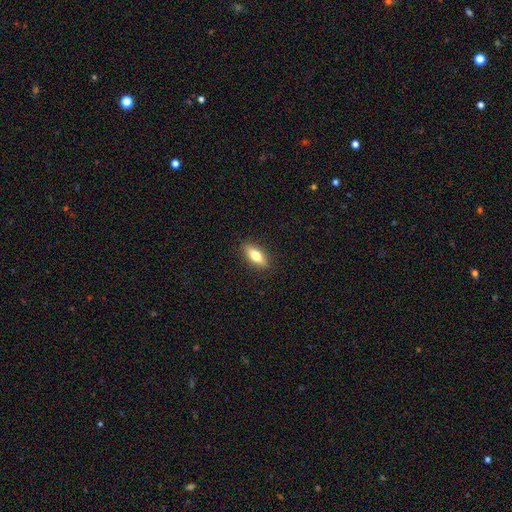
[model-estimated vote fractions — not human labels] Morphology: type=smooth (68%); roundness=in between (64%); merging=none (89%).